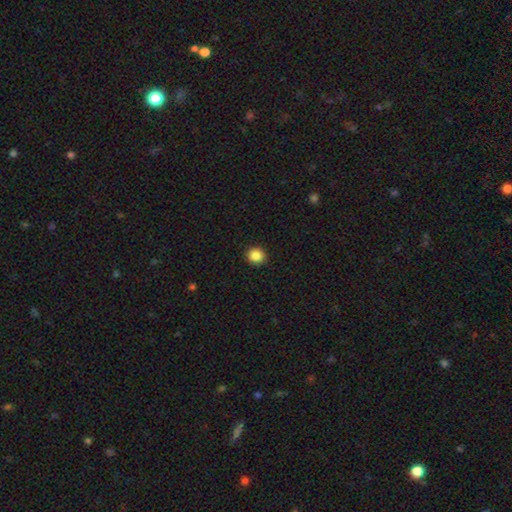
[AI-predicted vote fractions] The model was most divided on "how rounded": round: 87%, in between: 12%, cigar-shaped: 1%. More confident: merging — none (92%); smooth or featured — smooth (86%).